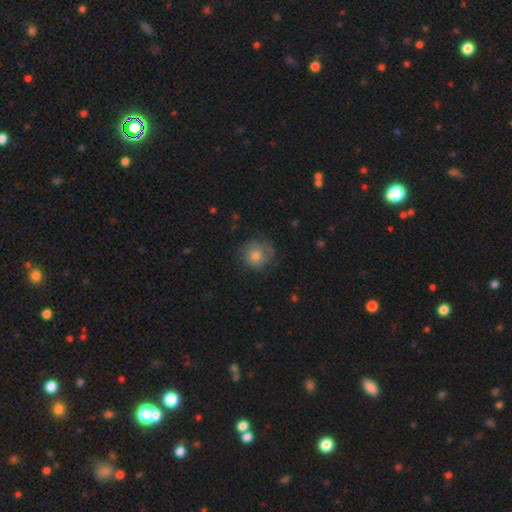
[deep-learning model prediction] smooth 57%, featured or disk 33%, star or artifact 10%. Down the decision tree: how rounded — round (89%); merging — none (67%).